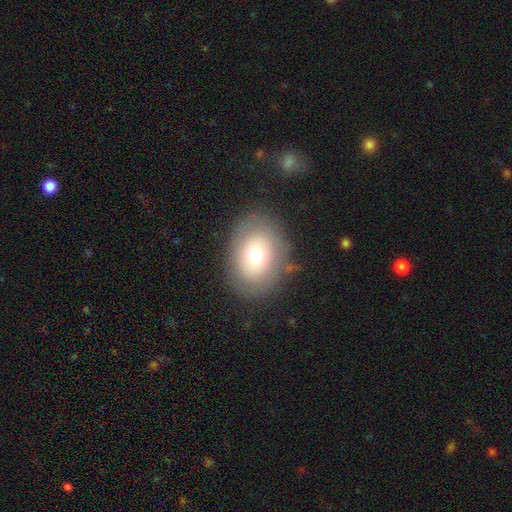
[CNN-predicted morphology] smooth 69%, featured or disk 21%, star or artifact 10%. Down the decision tree: how rounded — in between (63%); merging — none (80%).